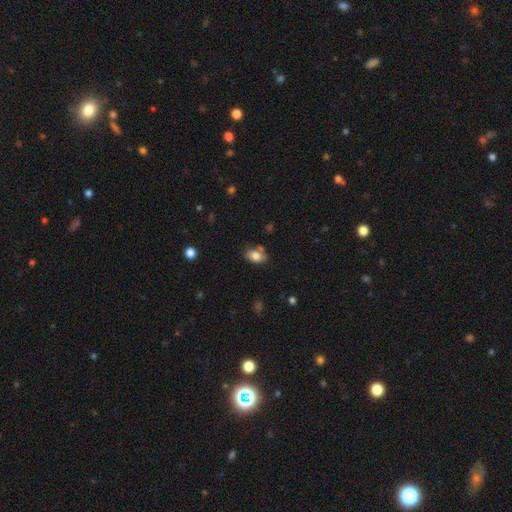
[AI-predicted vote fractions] smooth 81%, featured or disk 10%, star or artifact 9%. Down the decision tree: how rounded — in between (85%); merging — none (67%).